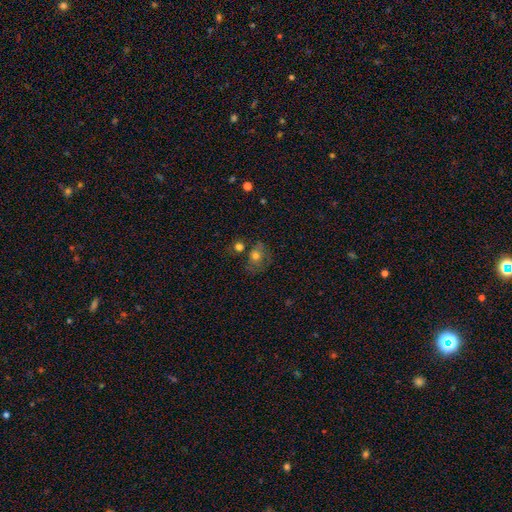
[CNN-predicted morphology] The model was most divided on "how rounded": round: 54%, in between: 45%, cigar-shaped: 1%. Remaining: smooth or featured — smooth (67%); merging — none (50%).